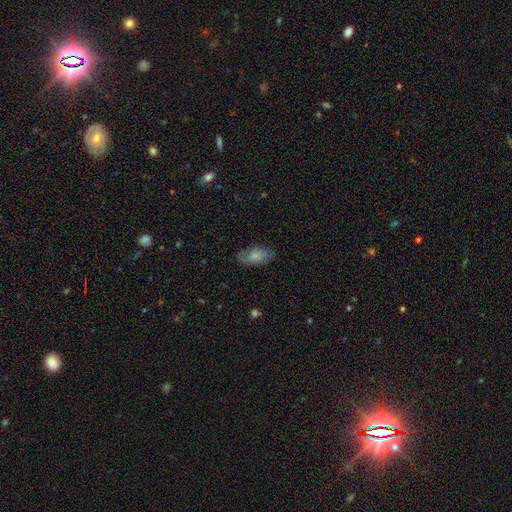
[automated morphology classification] Smooth or featured? smooth (69%)
How rounded? in between (91%)
Merging? none (75%)